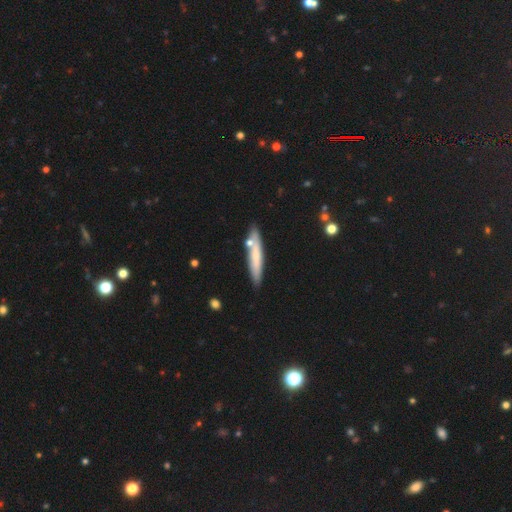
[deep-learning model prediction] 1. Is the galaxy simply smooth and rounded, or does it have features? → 65% smooth, 29% featured or disk, 6% star or artifact.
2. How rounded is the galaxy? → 90% cigar-shaped, 8% in between, 1% round.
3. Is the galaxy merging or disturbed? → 79% none, 11% minor disturbance, 7% merger, 2% major disturbance.